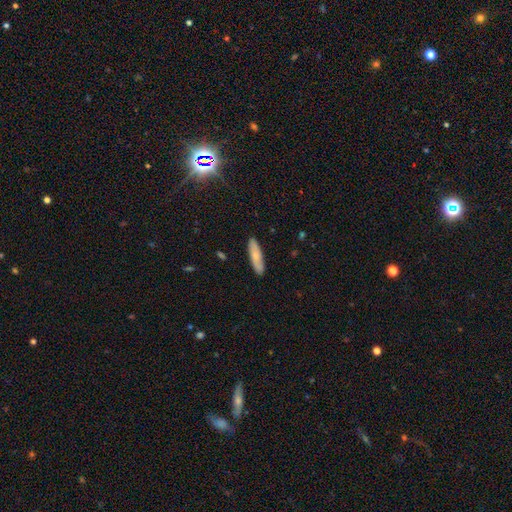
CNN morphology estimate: This appears to be a smooth galaxy with no disk features (72%) that is cigar-shaped (67%). Merging: none (88%).